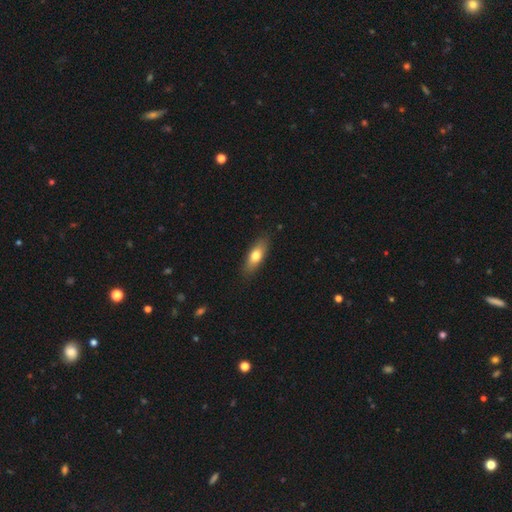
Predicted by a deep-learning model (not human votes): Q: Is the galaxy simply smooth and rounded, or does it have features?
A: smooth — 69%.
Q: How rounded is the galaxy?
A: in between — 65%.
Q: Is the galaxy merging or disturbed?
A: none — 86%.